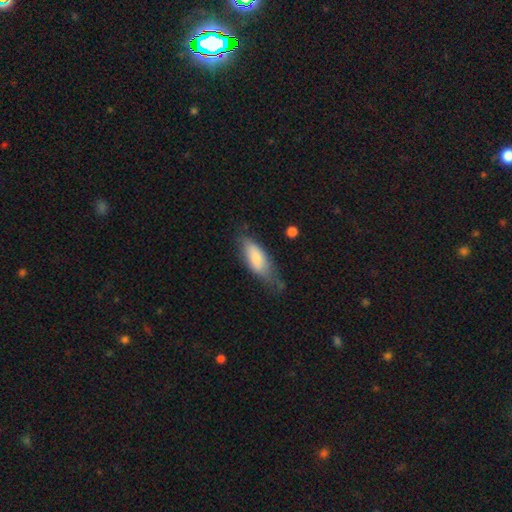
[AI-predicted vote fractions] Overall: smooth (72%). How rounded: in between (67%; cigar-shaped 31%). Merging: none (54%; minor disturbance 33%).